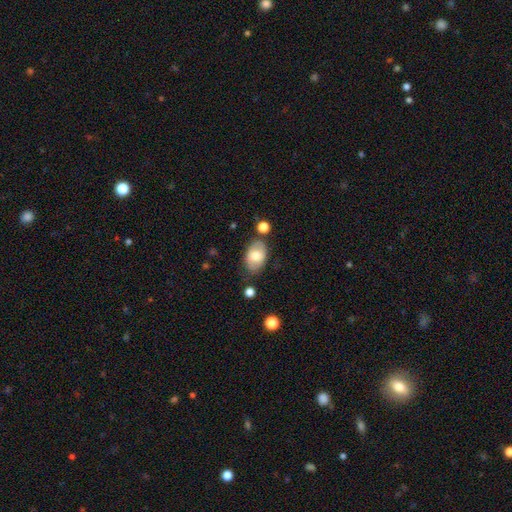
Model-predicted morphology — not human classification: smooth_or_featured: smooth (p=0.73) [alt: featured or disk p=0.20]
how_rounded: in between (p=0.90) [alt: round p=0.08]
merging: none (p=0.73) [alt: minor disturbance p=0.18]